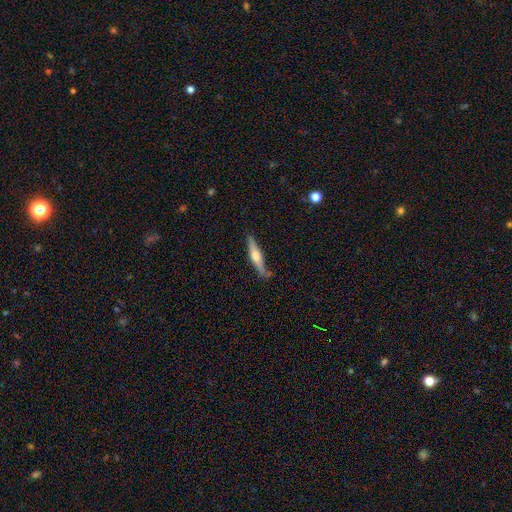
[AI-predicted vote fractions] Q: Smooth or featured?
A: featured or disk (51%); runner-up: smooth (43%)
Q: Edge-on disk?
A: yes (94%); runner-up: no (6%)
Q: Merging?
A: none (75%); runner-up: minor disturbance (18%)